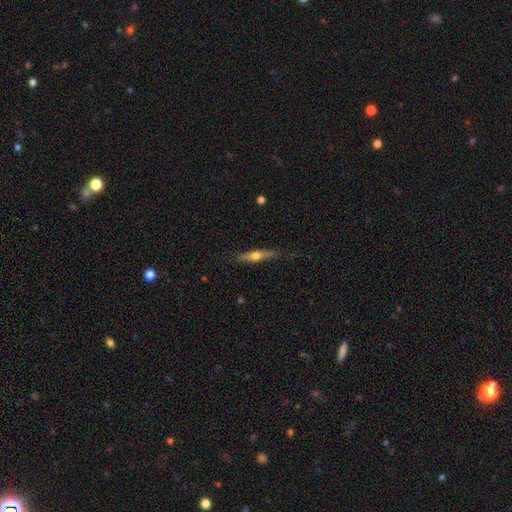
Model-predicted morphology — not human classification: featured or disk 54%, smooth 40%, star or artifact 6%. Down the decision tree: edge-on disk — yes (94%); edge-on bulge — rounded (94%); merging — none (78%).